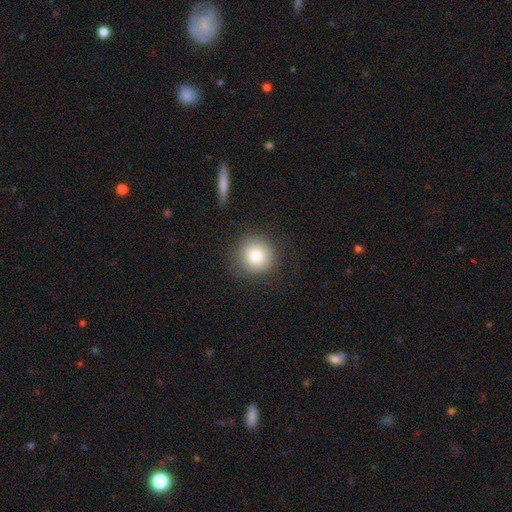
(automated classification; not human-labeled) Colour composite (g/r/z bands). It shows a smooth galaxy with no disk features (81%) that is round (92%). Merging: none (86%).